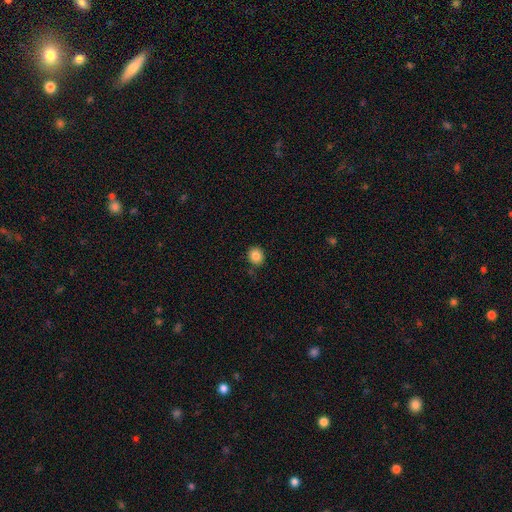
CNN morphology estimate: smooth 86%, star or artifact 10%, featured or disk 4%. Down the decision tree: how rounded — round (74%); merging — none (85%).